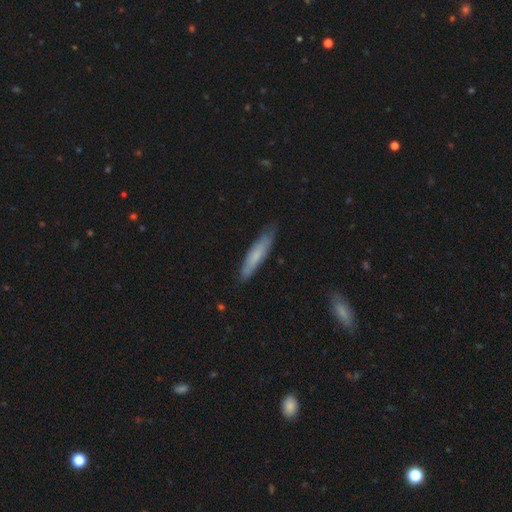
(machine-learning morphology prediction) The model was most divided on "smooth or featured": smooth: 68%, featured or disk: 26%, star or artifact: 6%. More confident: how rounded — cigar-shaped (87%); merging — none (81%).